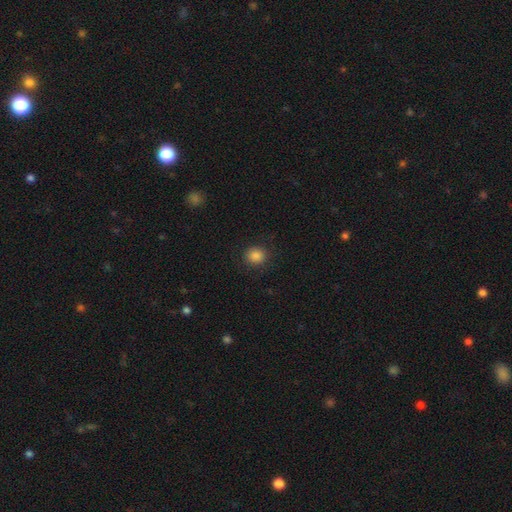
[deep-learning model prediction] This appears to be a smooth galaxy with no disk features (86%) that is round (86%). Merging: none (89%).